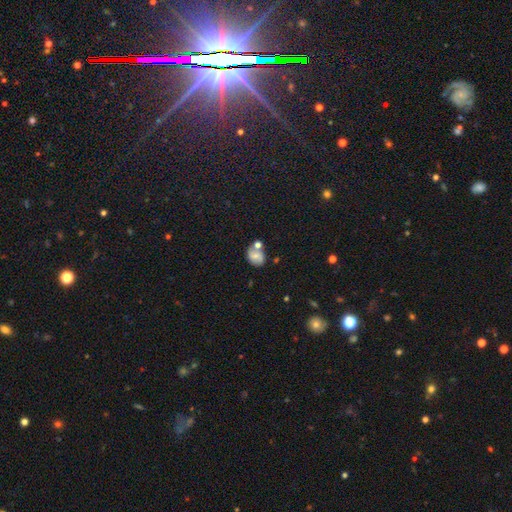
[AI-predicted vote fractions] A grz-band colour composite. It shows a smooth galaxy with no disk features (59%) that is round (52%). Merging: none (49%).